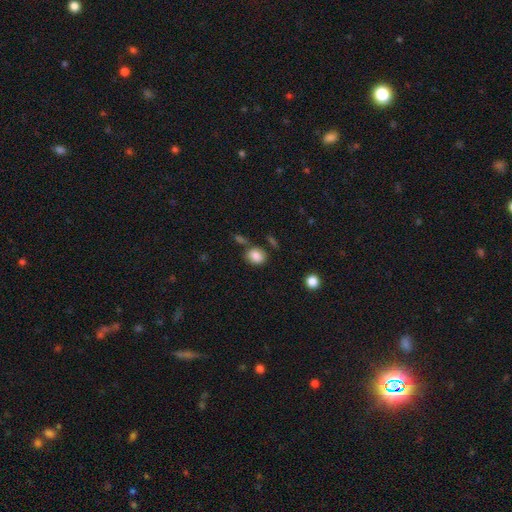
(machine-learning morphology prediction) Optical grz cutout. It shows a smooth galaxy with no disk features (86%) that is round (58%). Merging: none (68%).